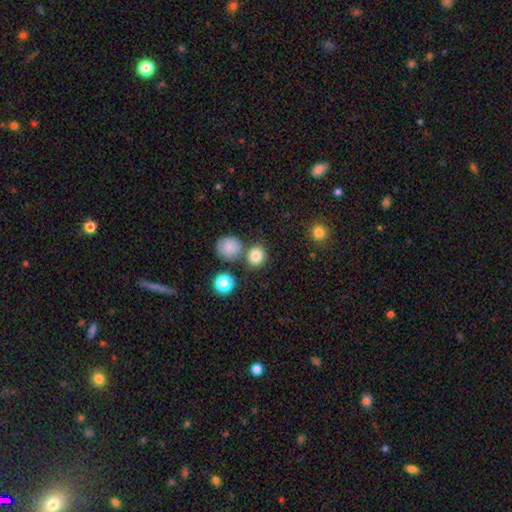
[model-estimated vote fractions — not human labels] smooth-or-featured: smooth: 82% | star or artifact: 12% | featured or disk: 6%
  how-rounded: round: 81% | in between: 18% | cigar-shaped: 1%
  merging: none: 72% | merger: 16% | minor disturbance: 9% | major disturbance: 3%